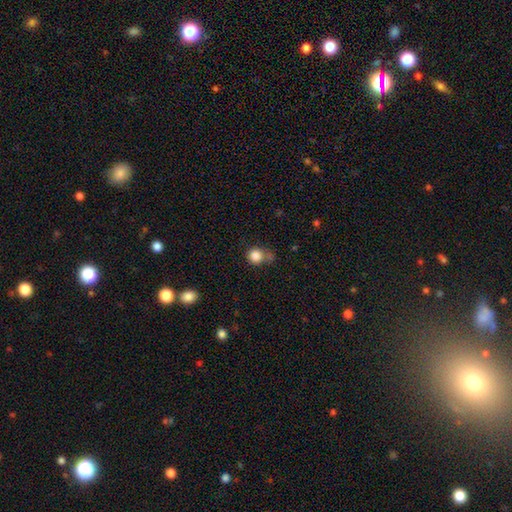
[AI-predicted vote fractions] A smooth galaxy with no disk features (85%) that is round (89%). Merging: none (60%).